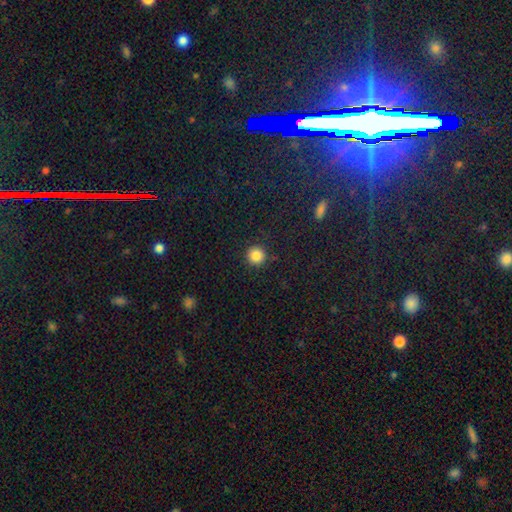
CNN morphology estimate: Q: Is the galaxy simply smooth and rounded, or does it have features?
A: smooth — 85%.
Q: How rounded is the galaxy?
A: round — 95%.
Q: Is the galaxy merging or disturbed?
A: none — 91%.